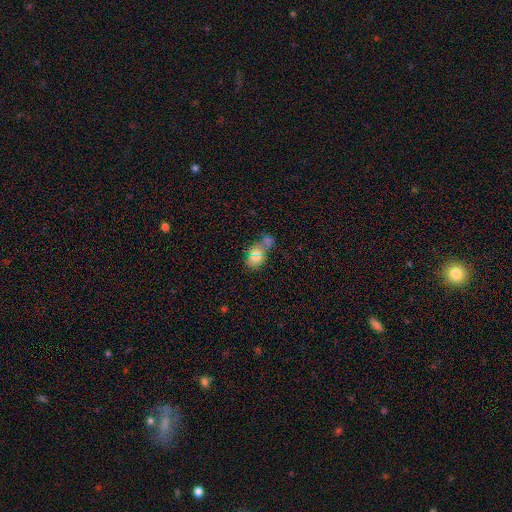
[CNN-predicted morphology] Overall: smooth (64%). How rounded: in between (70%). Merging: none (40%; merger 38%).